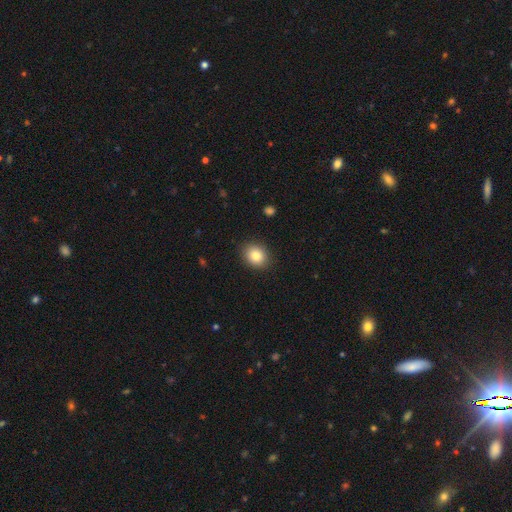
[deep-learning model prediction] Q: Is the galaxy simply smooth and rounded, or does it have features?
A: smooth — 82%.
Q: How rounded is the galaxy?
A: round — 65%.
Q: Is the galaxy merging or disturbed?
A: none — 90%.